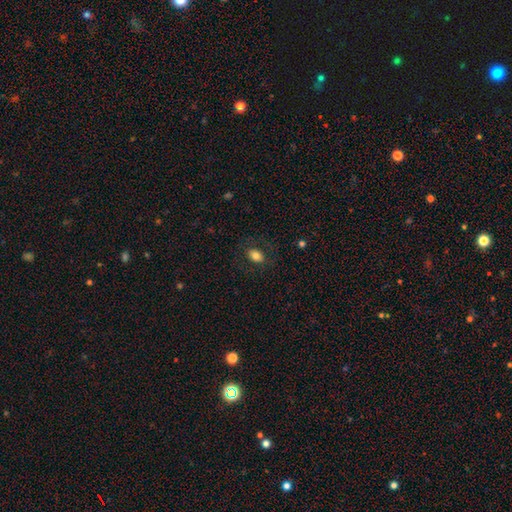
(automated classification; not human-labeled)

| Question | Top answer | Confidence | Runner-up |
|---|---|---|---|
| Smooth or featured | smooth | 78% | featured or disk (12%) |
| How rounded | in between | 81% | round (18%) |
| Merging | none | 81% | minor disturbance (11%) |